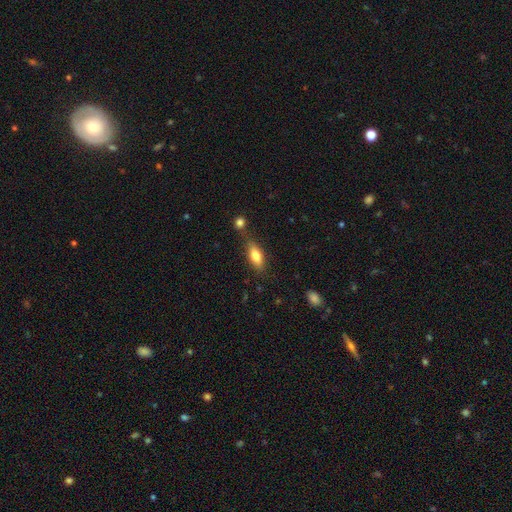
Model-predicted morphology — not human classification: Smooth or featured?
  - smooth: 77% *
  - featured or disk: 16%
  - star or artifact: 7%
How rounded?
  - in between: 73% *
  - cigar-shaped: 24%
  - round: 3%
Merging?
  - none: 67% *
  - minor disturbance: 18%
  - merger: 10%
  - major disturbance: 5%